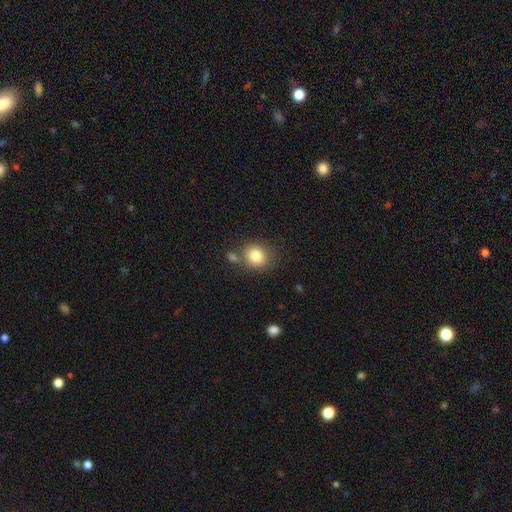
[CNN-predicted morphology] A smooth galaxy with no disk features (82%) that is round (76%). Merging: none (67%).